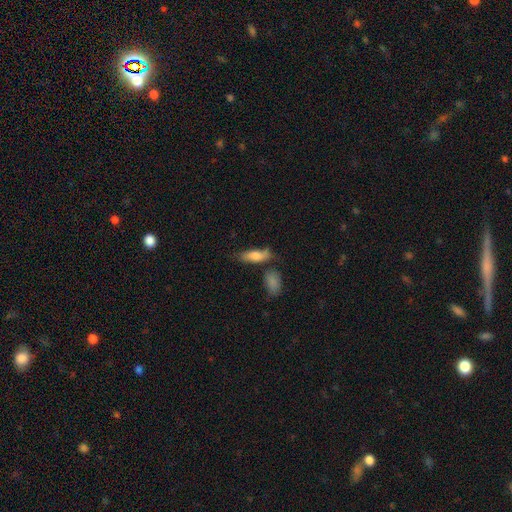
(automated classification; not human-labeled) Overall: smooth (77%). How rounded: in between (68%; cigar-shaped 29%). Merging: none (54%; minor disturbance 23%).